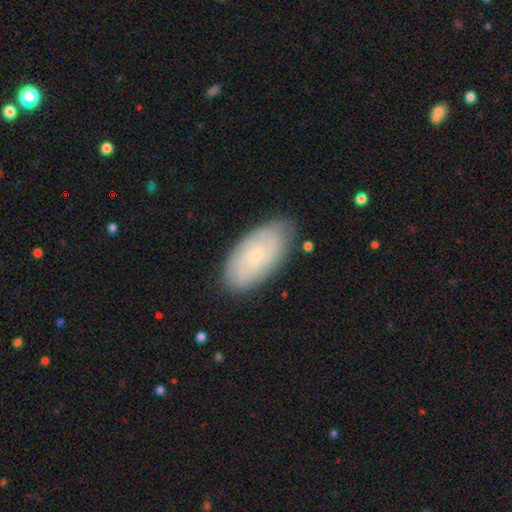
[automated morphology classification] type=featured or disk (55%); edge-on=no (93%); bar=no (78%); spiral arms=yes (77%); bulge=small (81%); merging=none (81%).